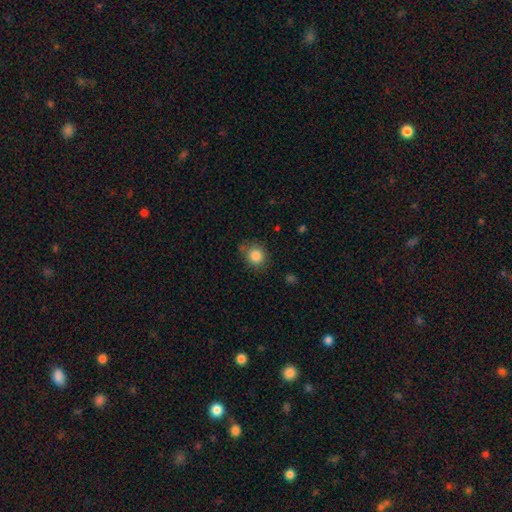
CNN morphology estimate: type=smooth (85%); roundness=round (80%); merging=none (76%).